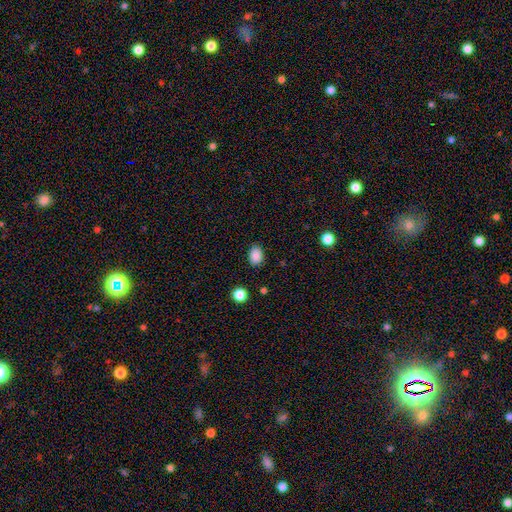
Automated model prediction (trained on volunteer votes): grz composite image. It shows a smooth galaxy with no disk features (87%) that is in between round and cigar-shaped (75%). Merging: none (86%).